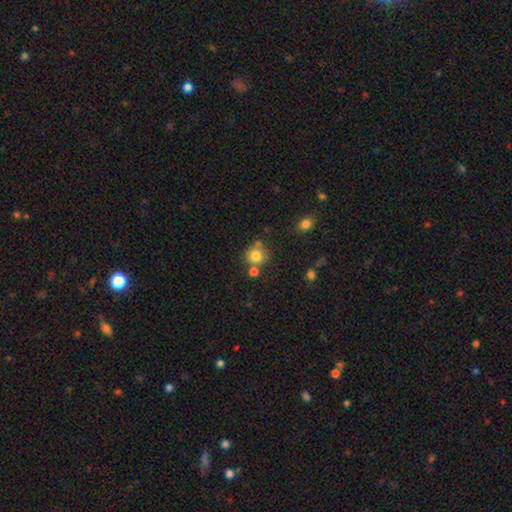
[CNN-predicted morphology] Overall: smooth (79%). How rounded: round (88%). Merging: none (65%).